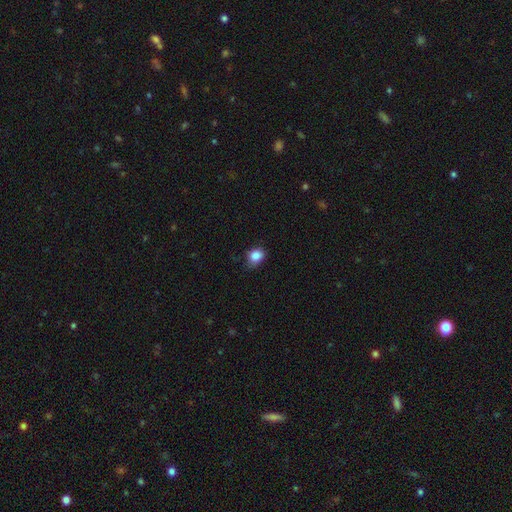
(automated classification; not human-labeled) Overall: smooth (85%). How rounded: round (56%; in between 43%). Merging: none (66%; minor disturbance 27%).